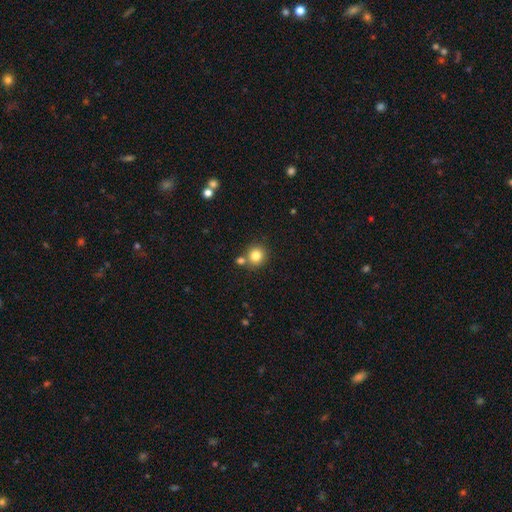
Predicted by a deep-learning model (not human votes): A smooth galaxy with no disk features (82%) that is round (90%). Merging: none (72%).